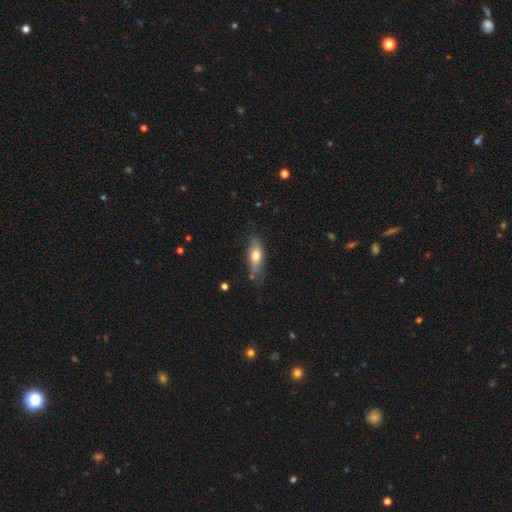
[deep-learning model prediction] The model was most divided on "smooth or featured": smooth: 61%, featured or disk: 32%, star or artifact: 6%. More confident: how rounded — in between (63%); merging — none (62%).